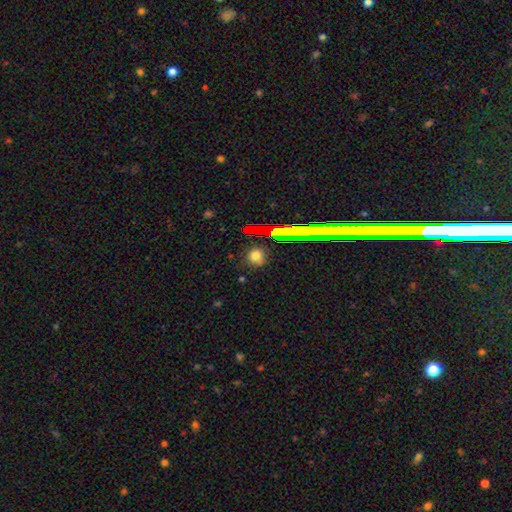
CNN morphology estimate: smooth 73%, star or artifact 19%, featured or disk 7%. Down the decision tree: how rounded — round (83%); merging — none (83%).